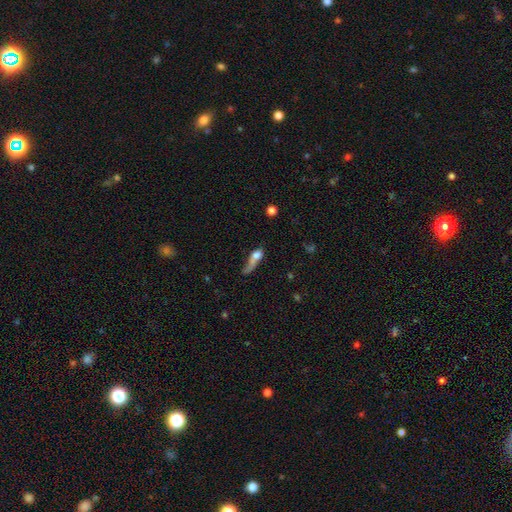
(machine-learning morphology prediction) Overall: smooth (60%; featured or disk 28%). How rounded: in between (44%; cigar-shaped 40%). Merging: major disturbance (40%; merger 24%).